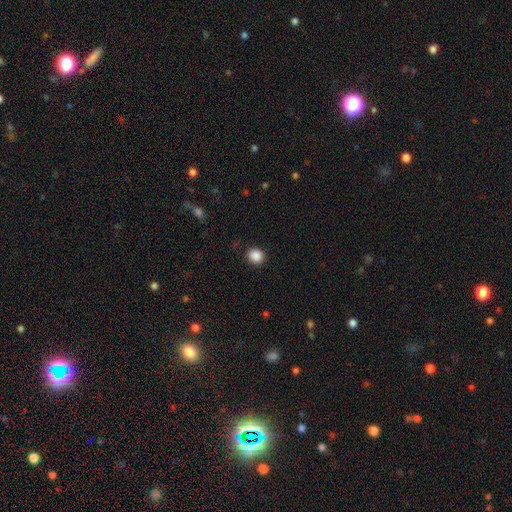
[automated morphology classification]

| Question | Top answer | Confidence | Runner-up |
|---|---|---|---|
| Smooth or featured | smooth | 88% | star or artifact (10%) |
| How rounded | round | 84% | in between (15%) |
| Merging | none | 90% | minor disturbance (6%) |